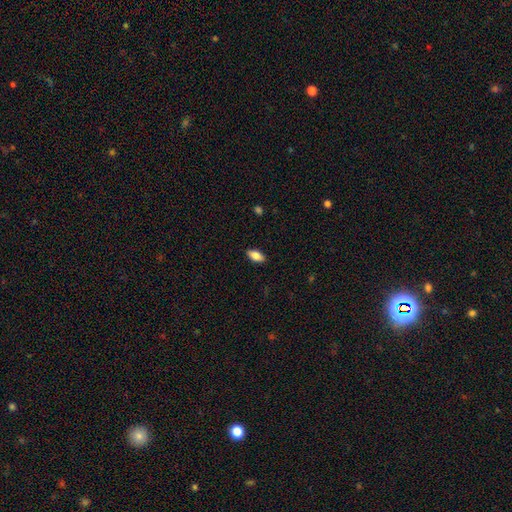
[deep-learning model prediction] Morphology: type=smooth (84%); roundness=in between (91%); merging=none (88%).